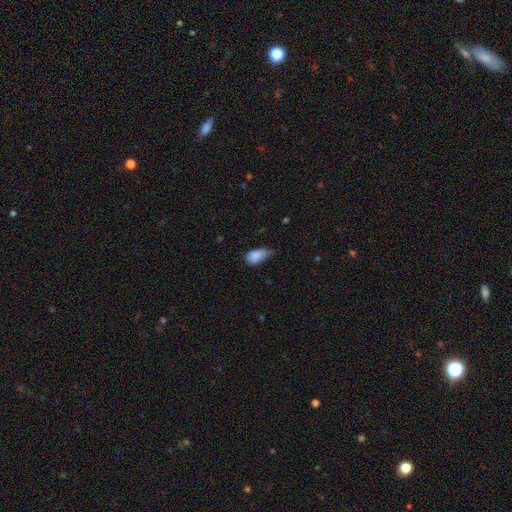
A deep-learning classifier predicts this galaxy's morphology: This appears to be a smooth galaxy with no disk features (84%) that is in between round and cigar-shaped (88%). Merging: minor disturbance (52%).